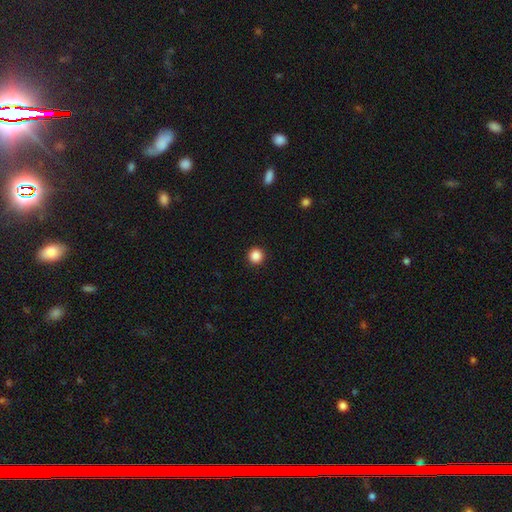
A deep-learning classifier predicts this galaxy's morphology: A smooth galaxy with no disk features (87%) that is round (96%). Merging: none (93%).